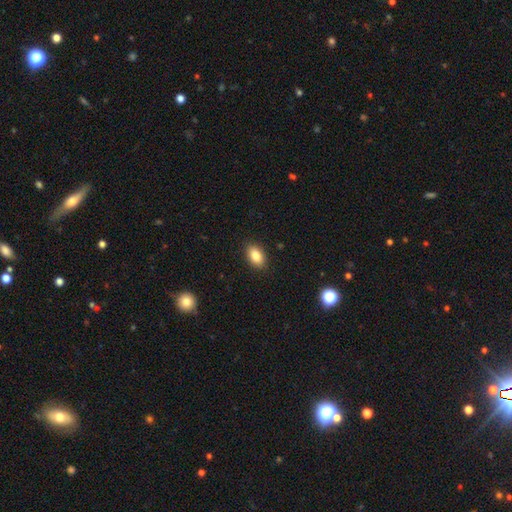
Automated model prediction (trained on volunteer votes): Smooth or featured? Predicted: smooth (p=0.85). How rounded? Predicted: in between (p=0.90). Merging? Predicted: none (p=0.89).